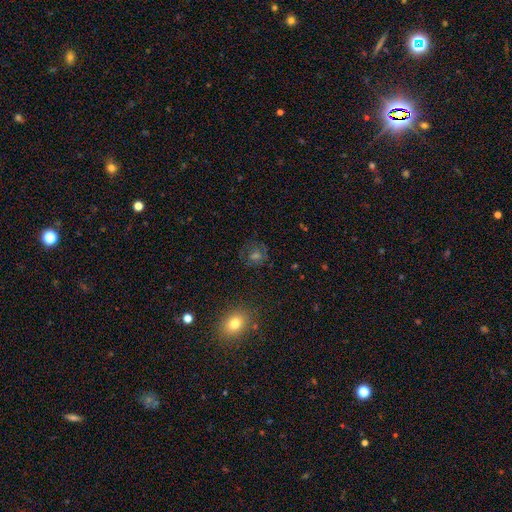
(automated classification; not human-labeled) This is possibly a smooth galaxy (47%). Merging: likely none (79%).